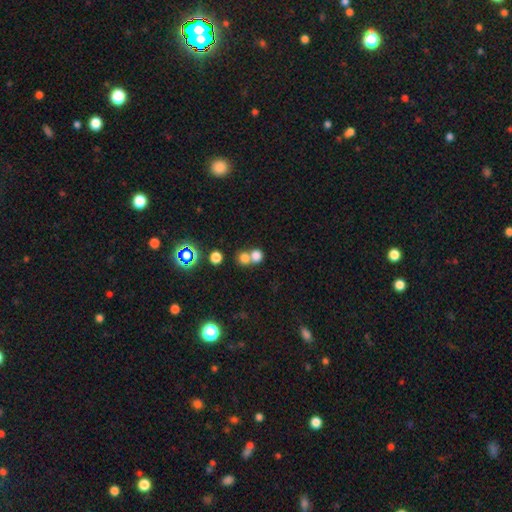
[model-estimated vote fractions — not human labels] This is likely a smooth galaxy (76%). How rounded: likely round (79%). Merging: possibly merger (55%).